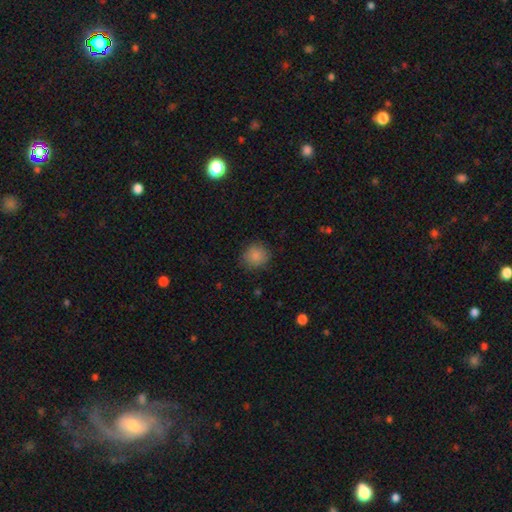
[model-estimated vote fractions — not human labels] This appears to be a smooth galaxy with no disk features (86%) that is round (87%). Merging: none (83%).